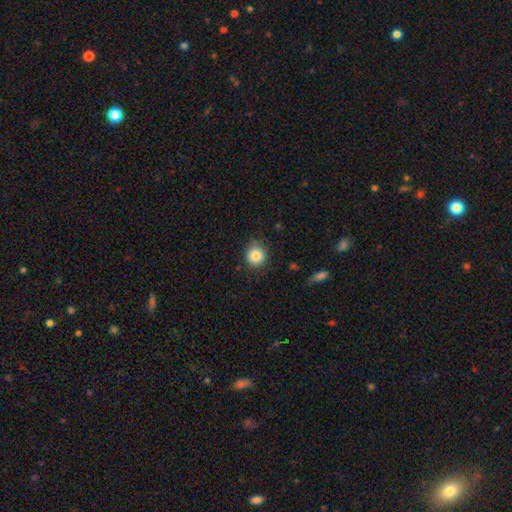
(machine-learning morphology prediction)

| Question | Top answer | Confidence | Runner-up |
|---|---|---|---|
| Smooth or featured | smooth | 84% | star or artifact (10%) |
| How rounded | round | 89% | in between (10%) |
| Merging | none | 83% | minor disturbance (13%) |